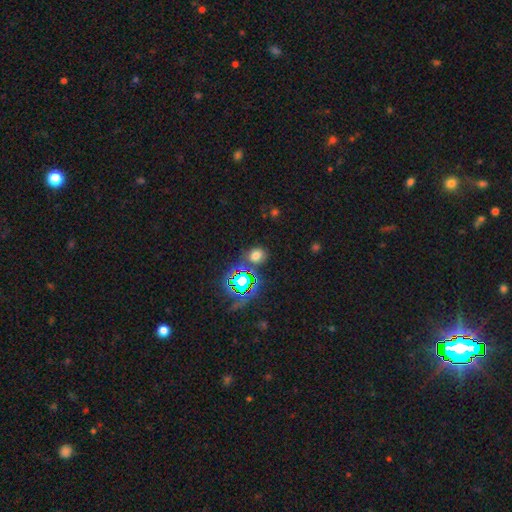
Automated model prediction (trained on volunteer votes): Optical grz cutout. It shows a smooth galaxy with no disk features (61%) that is round (65%). Merging: none (76%).